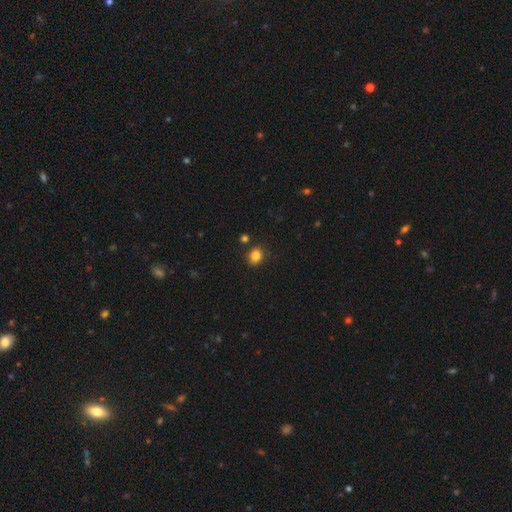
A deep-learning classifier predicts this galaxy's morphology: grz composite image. It shows a smooth galaxy with no disk features (84%) that is round (60%). Merging: none (83%).